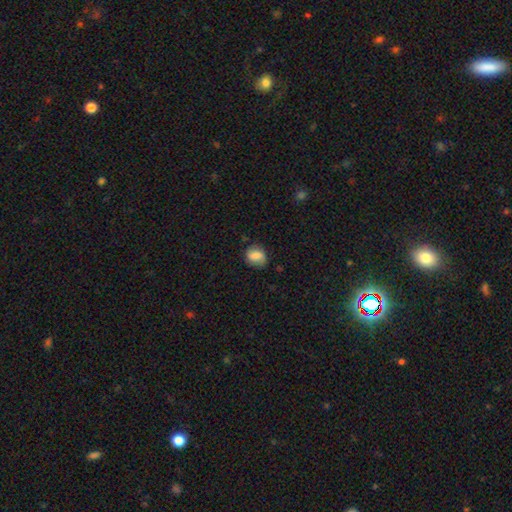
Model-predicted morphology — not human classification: A smooth galaxy with no disk features (74%) that is round (55%). Merging: none (71%).